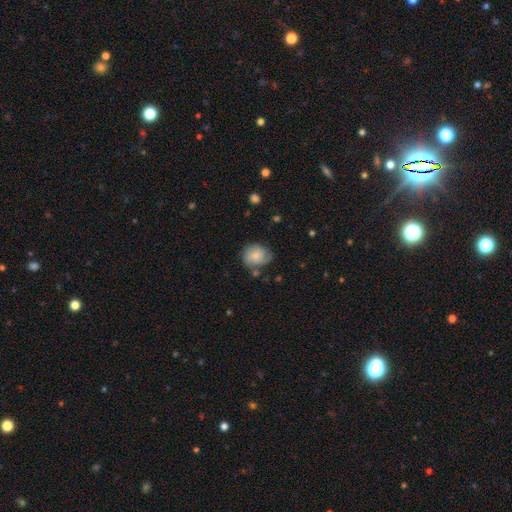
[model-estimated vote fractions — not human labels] smooth_or_featured: smooth (p=0.59) [alt: featured or disk p=0.34]
how_rounded: round (p=0.66) [alt: in between p=0.33]
merging: none (p=0.62) [alt: minor disturbance p=0.26]